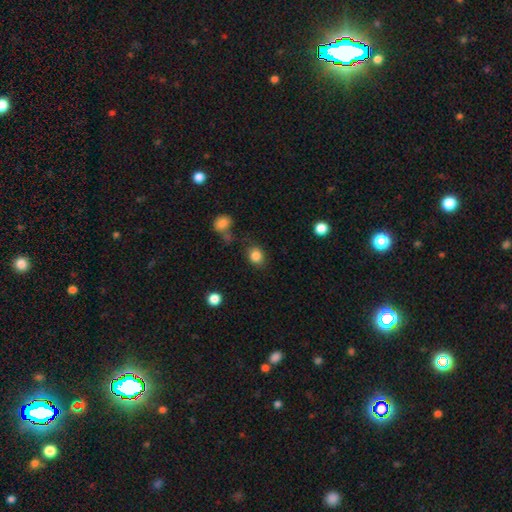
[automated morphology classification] type=smooth (84%); roundness=round (63%); merging=none (76%).